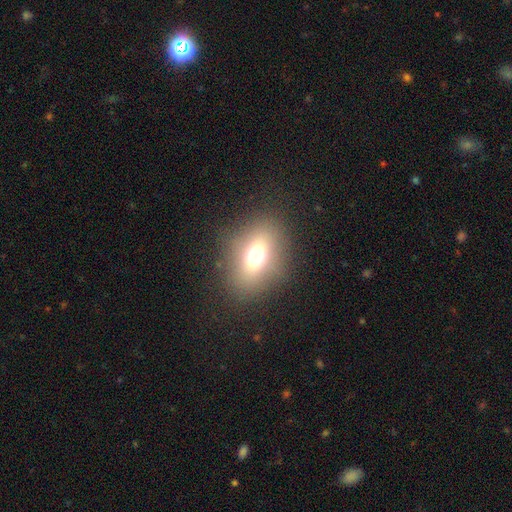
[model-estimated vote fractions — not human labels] smooth 66%, star or artifact 17%, featured or disk 17%. Down the decision tree: how rounded — in between (65%); merging — none (84%).